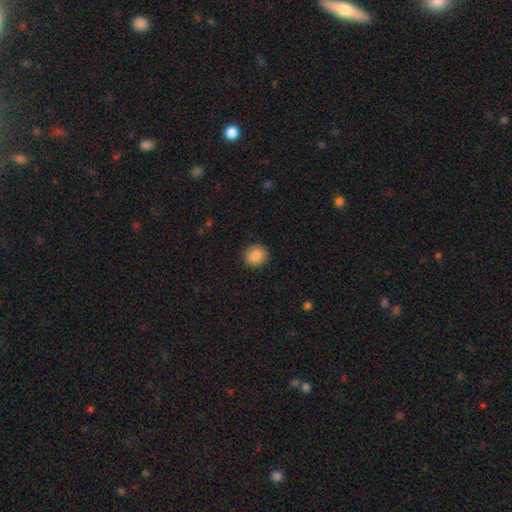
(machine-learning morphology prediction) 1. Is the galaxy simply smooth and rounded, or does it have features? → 87% smooth, 9% star or artifact, 4% featured or disk.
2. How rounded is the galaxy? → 83% round, 17% in between, 1% cigar-shaped.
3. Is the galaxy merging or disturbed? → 91% none, 6% minor disturbance, 2% major disturbance, 1% merger.